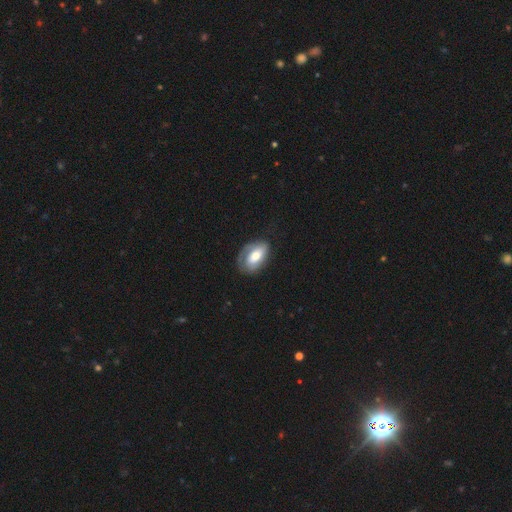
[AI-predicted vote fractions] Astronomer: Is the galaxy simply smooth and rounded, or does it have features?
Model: smooth — 51% (runner-up: featured or disk, 43%).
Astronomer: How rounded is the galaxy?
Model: in between — 89%.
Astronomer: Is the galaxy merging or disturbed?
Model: none — 60%.